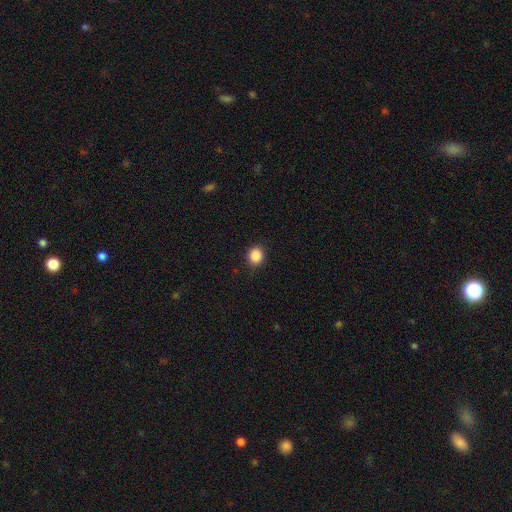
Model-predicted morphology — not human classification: type=smooth (88%); roundness=round (85%); merging=none (89%).